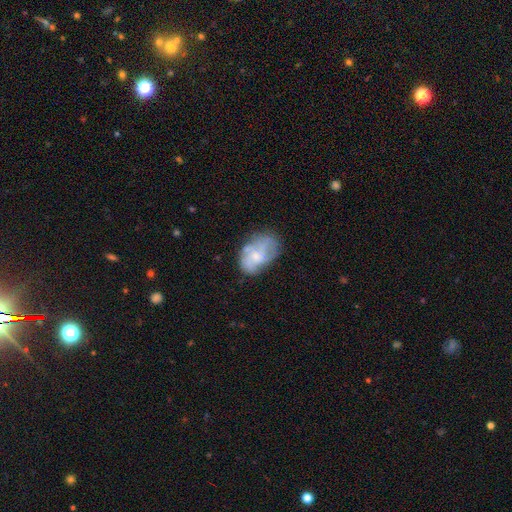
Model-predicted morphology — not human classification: Smooth or featured?
  - featured or disk: 54% *
  - smooth: 37%
  - star or artifact: 8%
Edge-on disk?
  - no: 97% *
  - yes: 3%
Bar?
  - no: 80% *
  - weak: 18%
  - strong: 2%
Spiral arms?
  - yes: 51% *
  - no: 49%
Bulge size?
  - small: 56% *
  - moderate: 29%
  - none: 11%
  - large: 2%
  - dominant: 1%
Merging?
  - none: 47% *
  - minor disturbance: 29%
  - major disturbance: 19%
  - merger: 5%